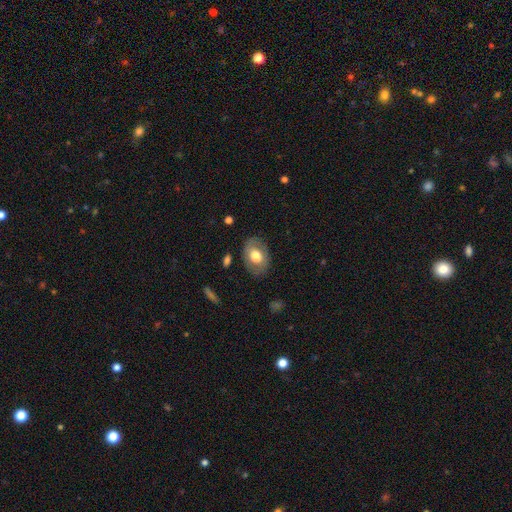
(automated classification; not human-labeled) Q: Smooth or featured?
A: smooth (61%); runner-up: featured or disk (32%)
Q: How rounded?
A: in between (76%); runner-up: round (23%)
Q: Merging?
A: none (81%); runner-up: minor disturbance (13%)